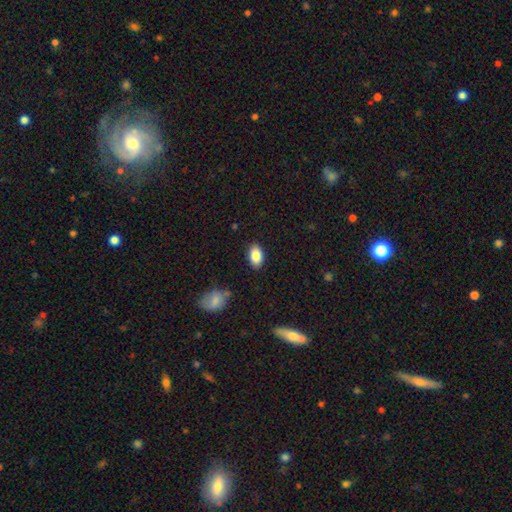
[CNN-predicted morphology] Smooth or featured?
  - smooth: 85% *
  - featured or disk: 7%
  - star or artifact: 7%
How rounded?
  - in between: 92% *
  - round: 6%
  - cigar-shaped: 2%
Merging?
  - none: 88% *
  - minor disturbance: 9%
  - major disturbance: 2%
  - merger: 1%